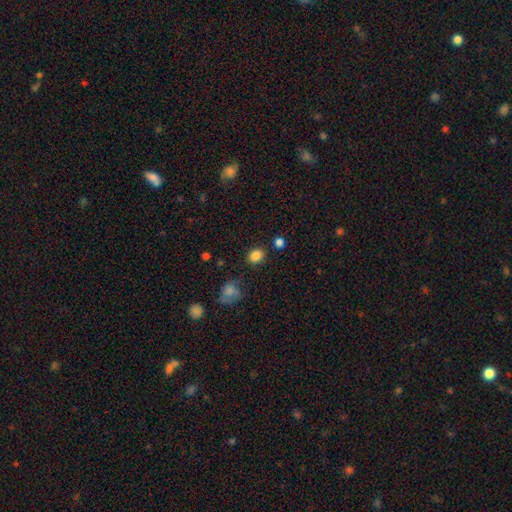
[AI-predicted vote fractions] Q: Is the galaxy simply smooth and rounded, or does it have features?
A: smooth — 85%.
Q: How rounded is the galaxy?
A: in between — 52%.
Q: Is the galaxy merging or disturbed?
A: none — 82%.